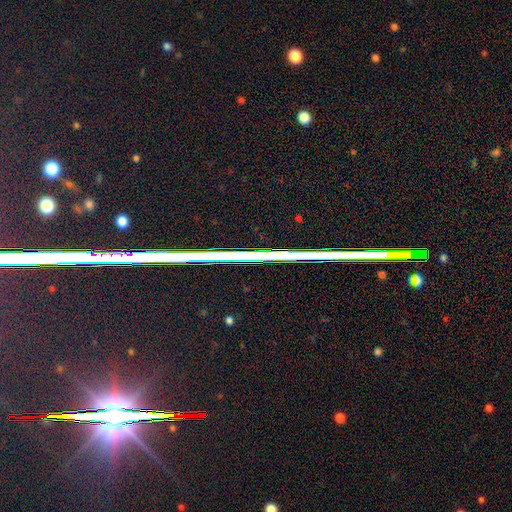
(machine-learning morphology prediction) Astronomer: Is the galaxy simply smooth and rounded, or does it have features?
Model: star or artifact — 79%.